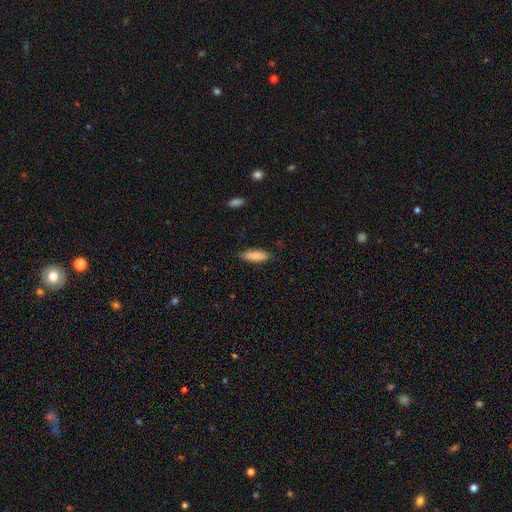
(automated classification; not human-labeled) A smooth galaxy with no disk features (81%) that is in between round and cigar-shaped (65%).

Vote fractions:
- Smooth or featured? smooth: 81% / featured or disk: 13% / star or artifact: 6%
- How rounded? in between: 65% / cigar-shaped: 33% / round: 2%
- Merging? none: 84% / minor disturbance: 12% / major disturbance: 2% / merger: 1%